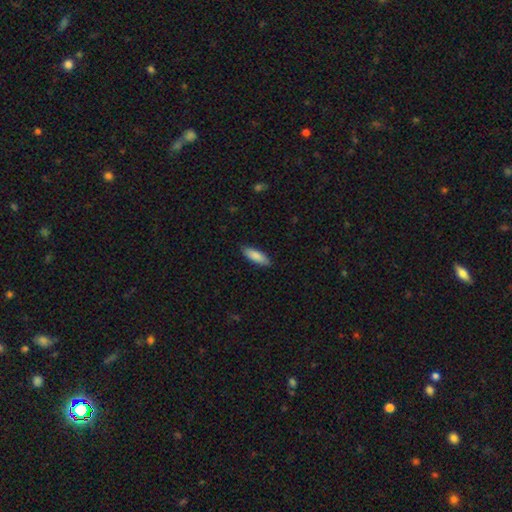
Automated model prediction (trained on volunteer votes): The model was most divided on "how rounded": in between: 55%, cigar-shaped: 44%, round: 2%. More confident: smooth or featured — smooth (87%); merging — none (87%).